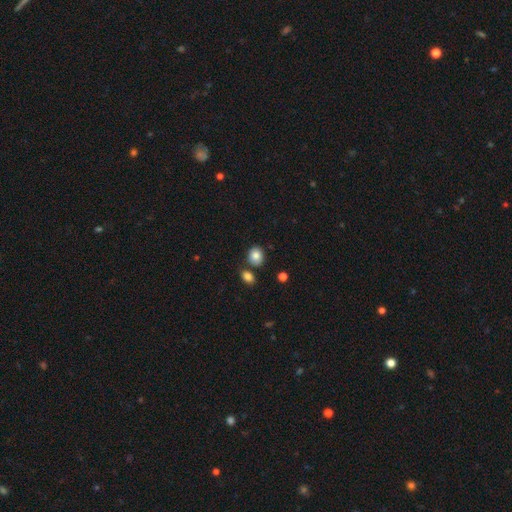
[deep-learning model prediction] This is clearly a smooth galaxy (84%). How rounded: likely round (61%). Merging: likely none (74%).